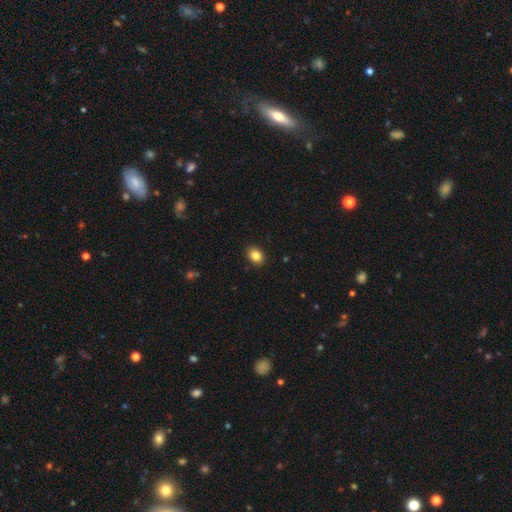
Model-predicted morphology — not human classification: type=smooth (85%); roundness=in between (68%); merging=none (90%).